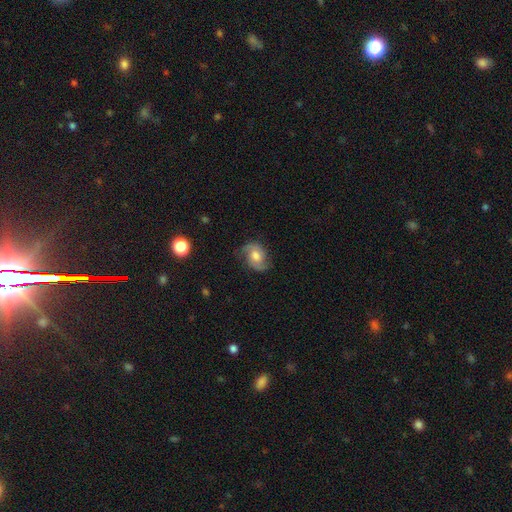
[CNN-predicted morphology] featured or disk 68%, smooth 24%, star or artifact 8%. Down the decision tree: edge-on disk — no (97%); bar — no (57%); spiral arms — yes (92%); spiral arm count — 2 (88%); spiral winding — medium (48%); bulge size — moderate (59%); merging — none (72%).